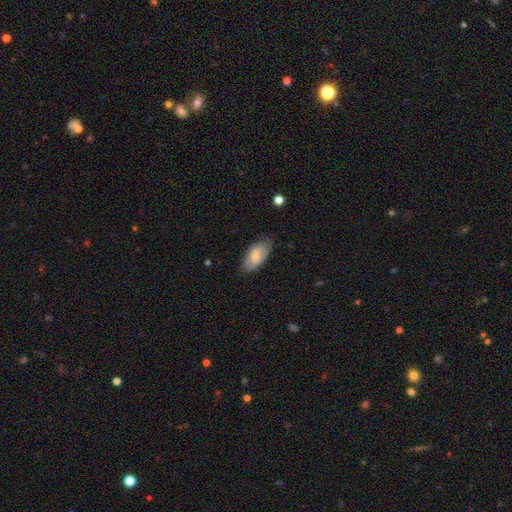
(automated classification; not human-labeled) Smooth or featured? smooth (71%)
How rounded? in between (93%)
Merging? none (73%)